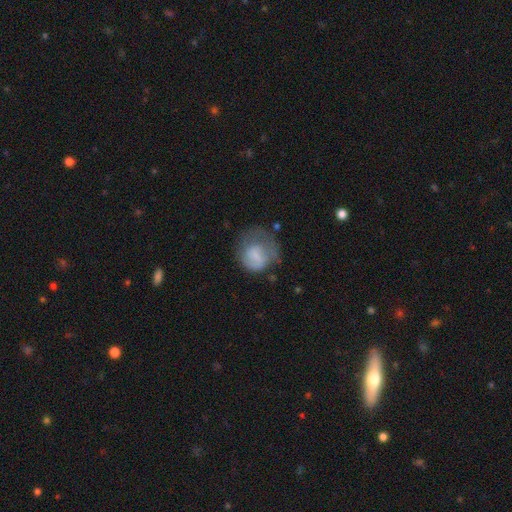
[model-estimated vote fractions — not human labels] Smooth or featured? Predicted: smooth (p=0.60). How rounded? Predicted: round (p=0.69). Merging? Predicted: major disturbance (p=0.38).